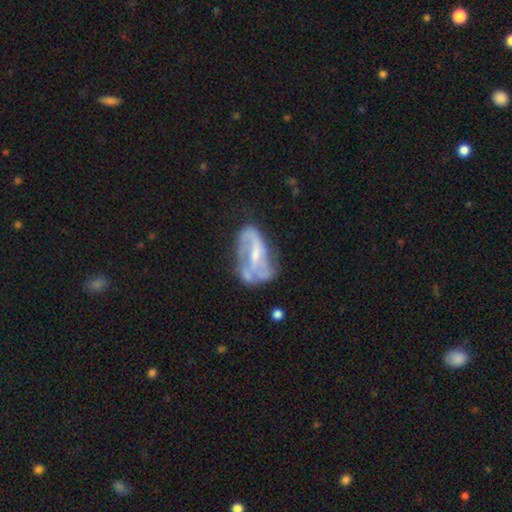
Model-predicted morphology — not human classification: featured or disk 72%, smooth 20%, star or artifact 8%. Down the decision tree: edge-on disk — no (96%); bar — weak (44%); spiral arms — yes (65%); bulge size — small (43%); merging — none (41%).